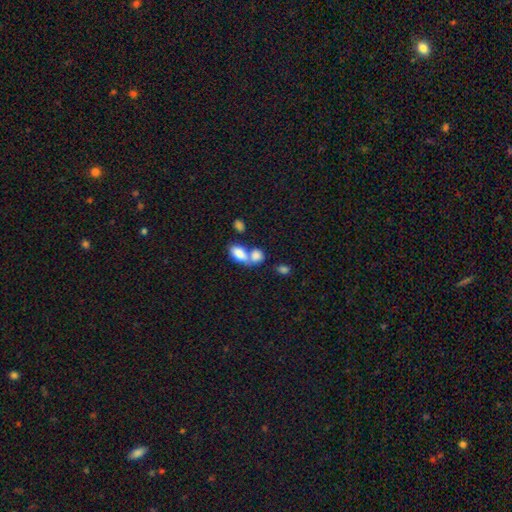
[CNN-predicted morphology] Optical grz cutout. It shows a smooth galaxy with no disk features (82%) that is in between round and cigar-shaped (83%). Merging: merger (66%).